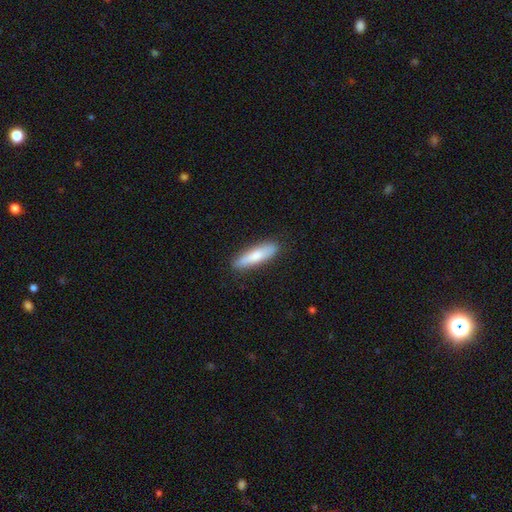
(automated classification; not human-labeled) Smooth or featured?
  - smooth: 76% *
  - featured or disk: 18%
  - star or artifact: 5%
How rounded?
  - cigar-shaped: 74% *
  - in between: 24%
  - round: 2%
Merging?
  - none: 87% *
  - minor disturbance: 10%
  - major disturbance: 2%
  - merger: 1%